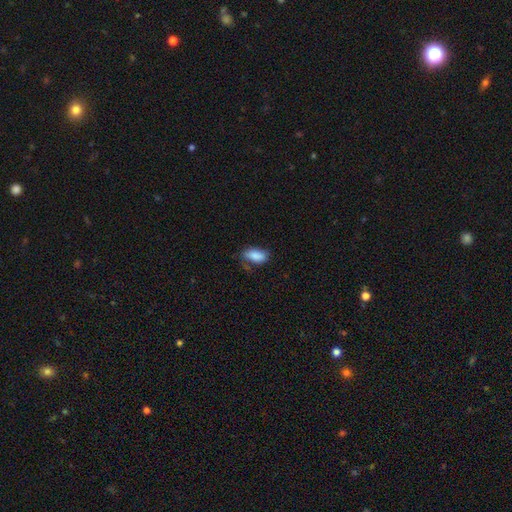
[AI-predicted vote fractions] A smooth galaxy with no disk features (85%) that is in between round and cigar-shaped (91%). Merging: none (62%).